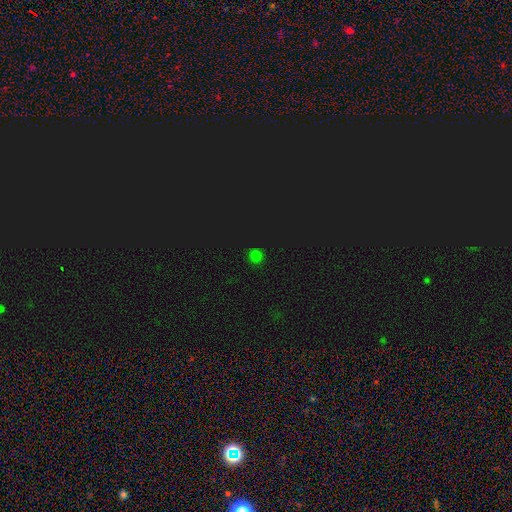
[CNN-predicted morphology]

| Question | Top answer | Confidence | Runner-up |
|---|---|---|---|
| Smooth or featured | smooth | 69% | star or artifact (28%) |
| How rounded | round | 93% | in between (6%) |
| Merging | none | 90% | minor disturbance (7%) |